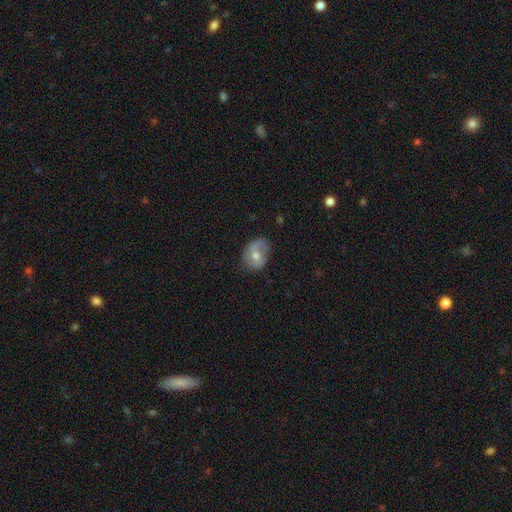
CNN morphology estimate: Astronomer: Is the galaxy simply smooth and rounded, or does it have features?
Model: featured or disk — 48% (runner-up: smooth, 43%).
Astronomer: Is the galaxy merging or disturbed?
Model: none — 55% (runner-up: minor disturbance, 30%).